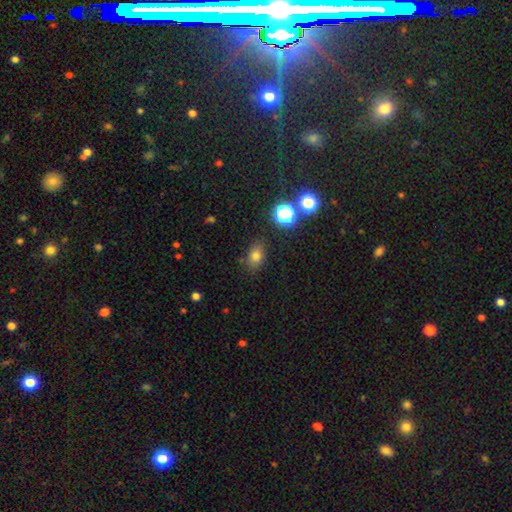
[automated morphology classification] smooth_or_featured: smooth (p=0.75) [alt: star or artifact p=0.17]
how_rounded: in between (p=0.74) [alt: round p=0.25]
merging: none (p=0.79) [alt: minor disturbance p=0.14]